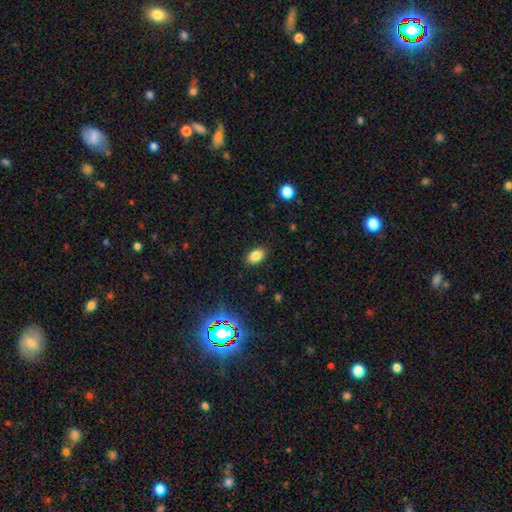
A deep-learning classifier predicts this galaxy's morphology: Smooth or featured?
  - smooth: 83% *
  - star or artifact: 11%
  - featured or disk: 6%
How rounded?
  - in between: 88% *
  - round: 10%
  - cigar-shaped: 2%
Merging?
  - none: 87% *
  - minor disturbance: 9%
  - major disturbance: 2%
  - merger: 1%